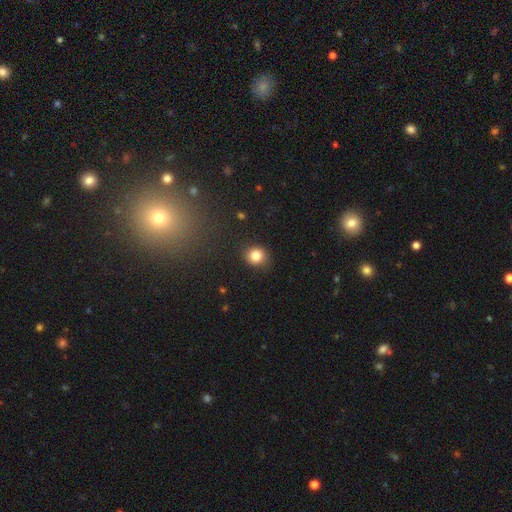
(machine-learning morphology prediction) This is clearly a smooth galaxy (83%). How rounded: clearly round (83%). Merging: clearly none (87%).